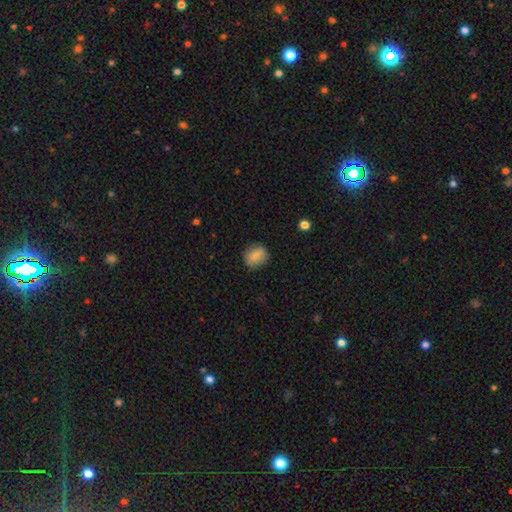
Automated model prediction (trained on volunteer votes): Overall: smooth (79%). How rounded: round (64%; in between 34%). Merging: none (82%).